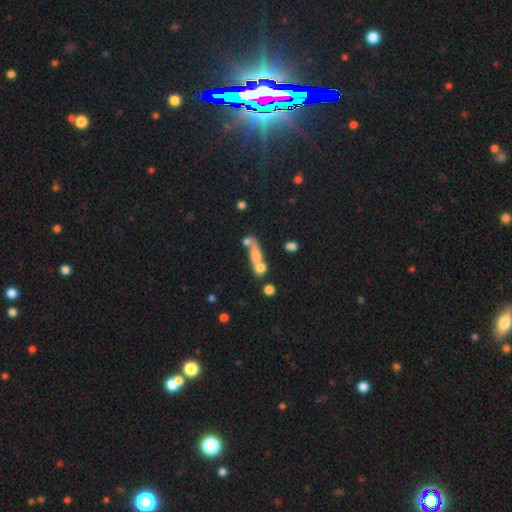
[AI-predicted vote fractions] The model was most divided on "how rounded": in between: 41%, cigar-shaped: 39%, round: 20%. Remaining: smooth or featured — smooth (56%); merging — merger (49%).